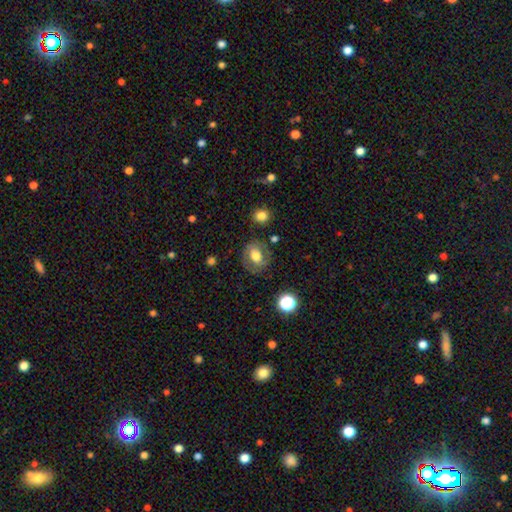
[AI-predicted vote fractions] smooth 62%, featured or disk 28%, star or artifact 10%. Down the decision tree: how rounded — round (54%); merging — none (76%).